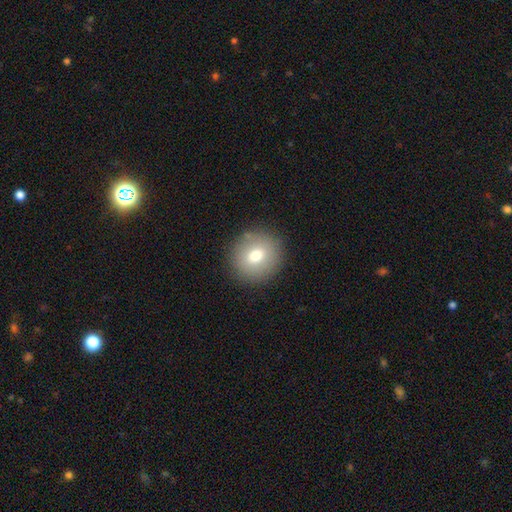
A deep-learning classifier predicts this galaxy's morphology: Q: Smooth or featured?
A: smooth (74%); runner-up: featured or disk (15%)
Q: How rounded?
A: round (90%); runner-up: in between (9%)
Q: Merging?
A: none (90%); runner-up: minor disturbance (7%)